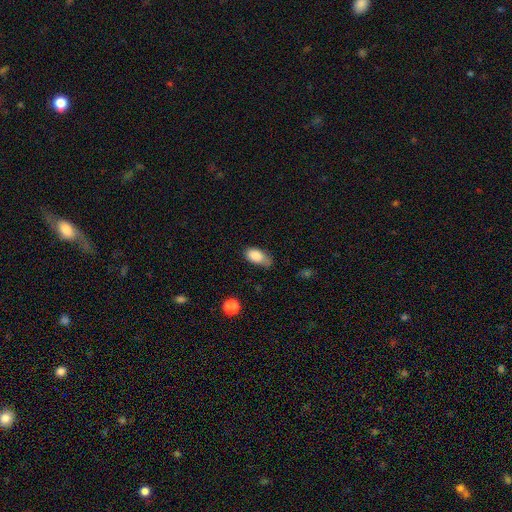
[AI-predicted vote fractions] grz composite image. It shows a smooth galaxy with no disk features (85%) that is in between round and cigar-shaped (90%). Merging: none (46%).